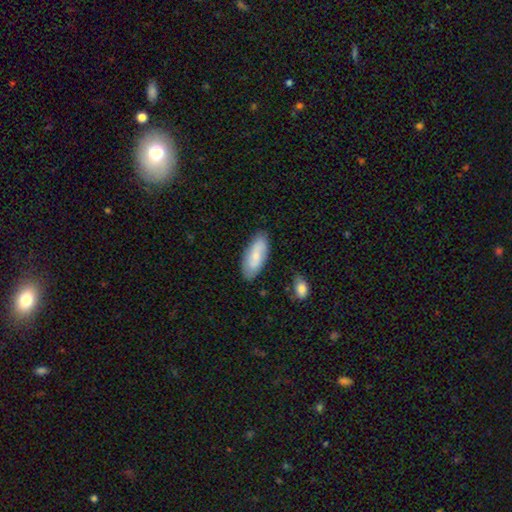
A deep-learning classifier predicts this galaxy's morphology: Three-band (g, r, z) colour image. It shows a smooth galaxy with no disk features (71%) that is in between round and cigar-shaped (82%). Merging: none (82%).